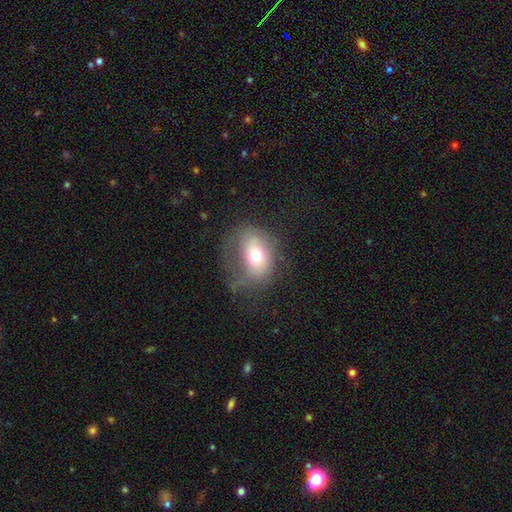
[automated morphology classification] Q: Smooth or featured?
A: smooth (63%); runner-up: featured or disk (26%)
Q: How rounded?
A: in between (57%); runner-up: round (42%)
Q: Merging?
A: none (42%); runner-up: major disturbance (29%)